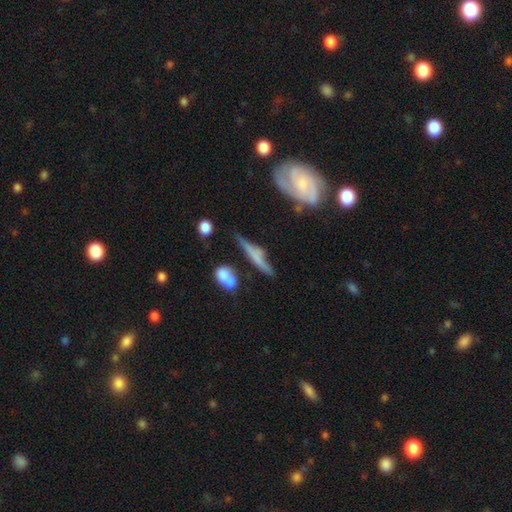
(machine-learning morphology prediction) This is possibly a featured or disk galaxy (58%). It is clearly viewed edge-on (83%). Merging: possibly none (57%).